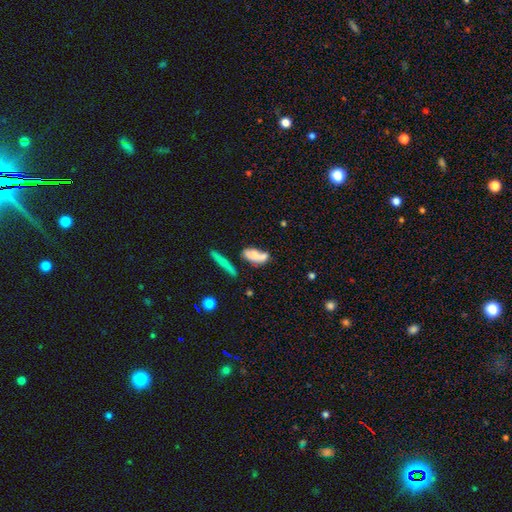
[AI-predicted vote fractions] smooth_or_featured: smooth (p=0.64) [alt: featured or disk p=0.27]
how_rounded: in between (p=0.76) [alt: cigar-shaped p=0.18]
merging: merger (p=0.36) [alt: none p=0.34]